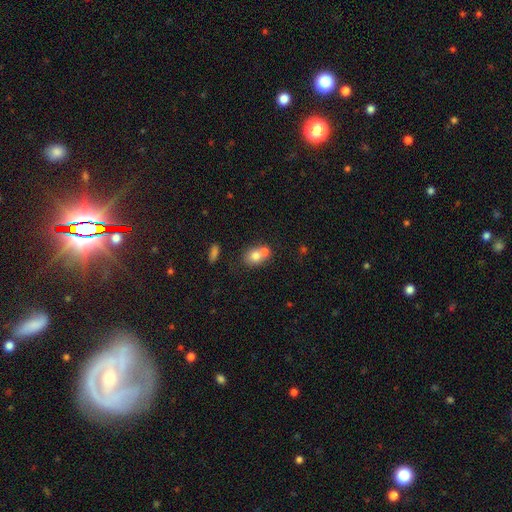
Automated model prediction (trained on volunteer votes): The model was most divided on "how rounded": round: 58%, in between: 41%, cigar-shaped: 1%. More confident: smooth or featured — smooth (74%); merging — merger (55%).